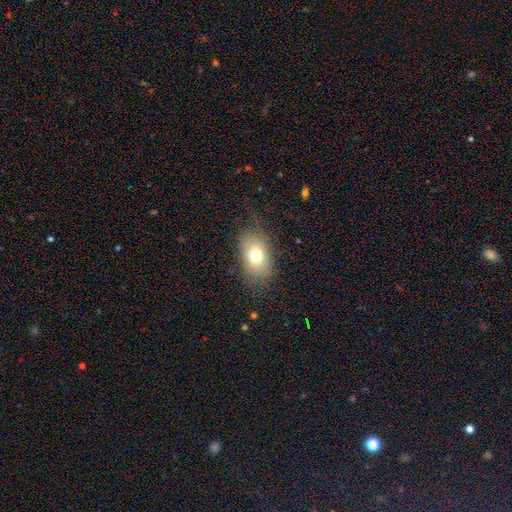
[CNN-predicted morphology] Overall: smooth (72%). How rounded: in between (85%). Merging: none (73%).